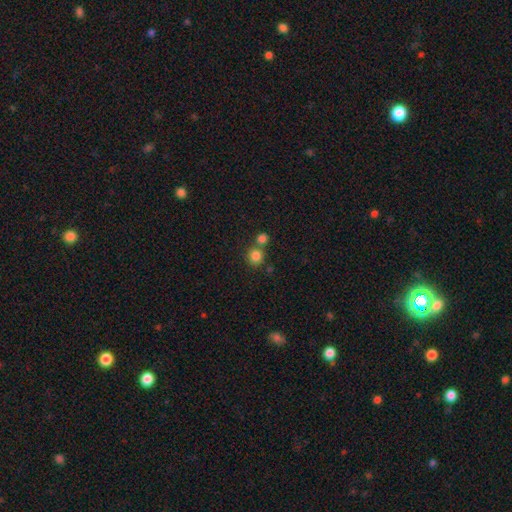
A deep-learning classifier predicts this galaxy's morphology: A smooth galaxy with no disk features (82%) that is round (87%). Merging: none (61%).